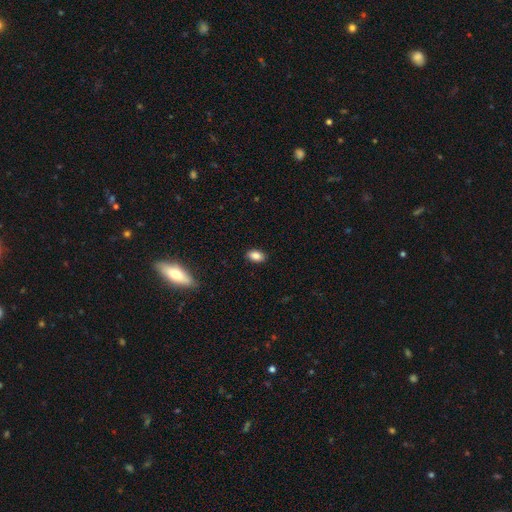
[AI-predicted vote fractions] A smooth galaxy with no disk features (86%) that is in between round and cigar-shaped (88%).

Vote fractions:
- Smooth or featured? smooth: 86% / star or artifact: 9% / featured or disk: 6%
- How rounded? in between: 88% / round: 10% / cigar-shaped: 2%
- Merging? none: 88% / minor disturbance: 9% / major disturbance: 2% / merger: 1%